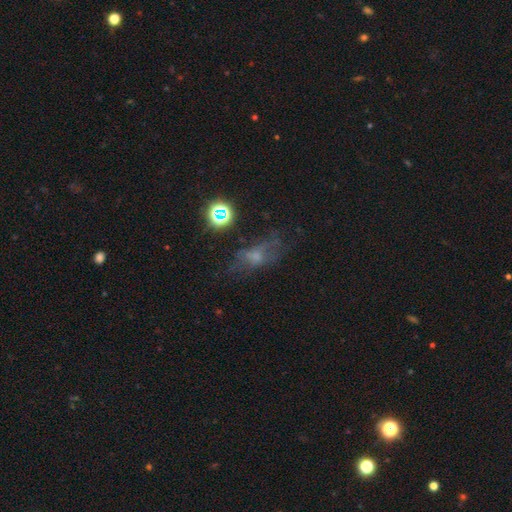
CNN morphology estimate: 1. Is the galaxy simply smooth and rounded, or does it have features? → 37% featured or disk (tied), 37% smooth (tied), 25% star or artifact.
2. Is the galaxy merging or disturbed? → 48% none, 25% major disturbance, 23% minor disturbance, 4% merger.